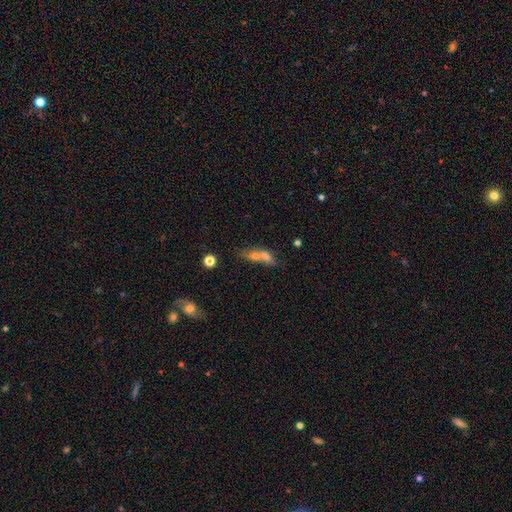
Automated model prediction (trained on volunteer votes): This appears to be a smooth galaxy with no disk features (55%) that is in between round and cigar-shaped (51%). Merging: merger (58%).